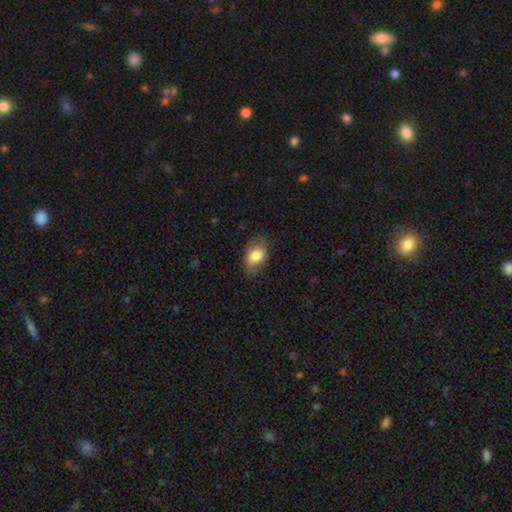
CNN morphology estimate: type=smooth (78%); roundness=in between (82%); merging=none (71%).